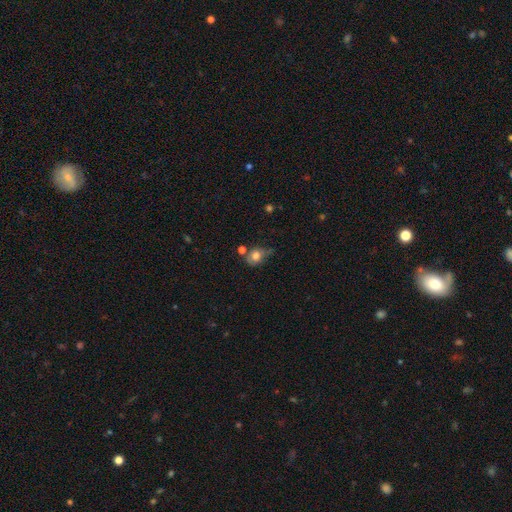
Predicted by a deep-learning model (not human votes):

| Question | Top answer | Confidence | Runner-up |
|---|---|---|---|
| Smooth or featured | smooth | 73% | featured or disk (16%) |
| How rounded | round | 60% | in between (39%) |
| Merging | none | 41% | minor disturbance (29%) |